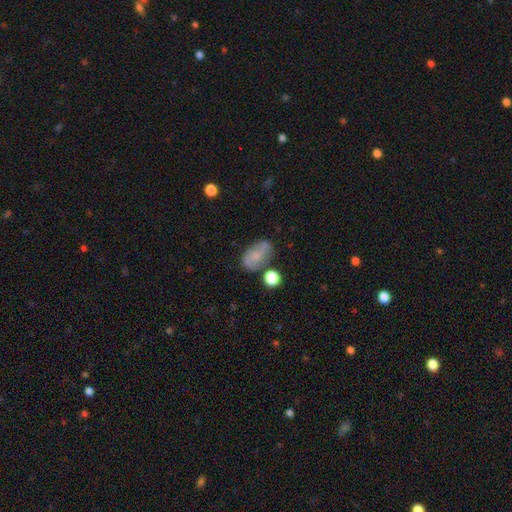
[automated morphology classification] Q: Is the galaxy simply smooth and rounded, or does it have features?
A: smooth — 51%.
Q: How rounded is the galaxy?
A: in between — 84%.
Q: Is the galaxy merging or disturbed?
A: none — 61%.